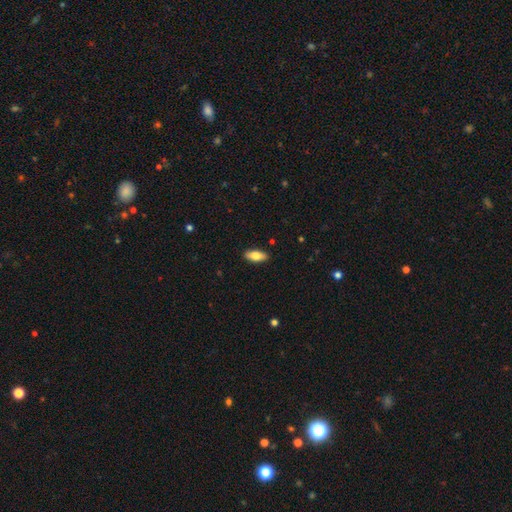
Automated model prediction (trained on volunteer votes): The model was most divided on "smooth or featured": smooth: 81%, featured or disk: 13%, star or artifact: 6%. More confident: merging — none (89%); how rounded — in between (83%).